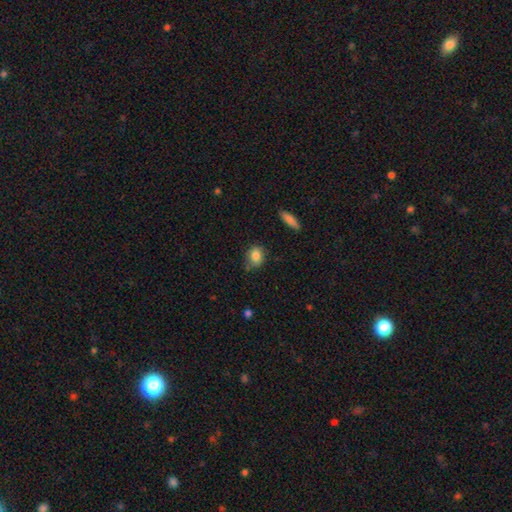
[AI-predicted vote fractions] Morphology: type=smooth (84%); roundness=in between (50%); merging=none (70%).